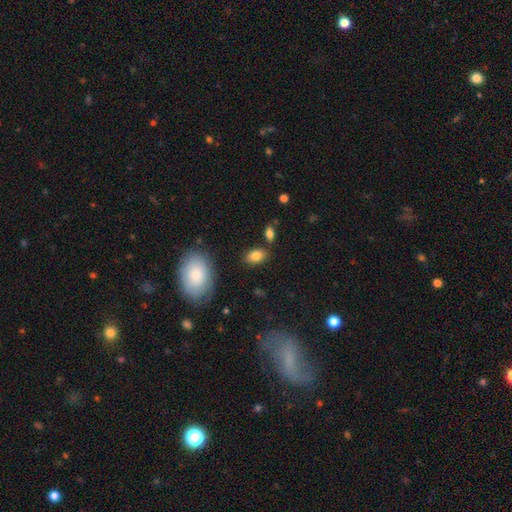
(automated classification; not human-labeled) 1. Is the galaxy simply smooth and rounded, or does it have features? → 84% smooth, 8% star or artifact, 8% featured or disk.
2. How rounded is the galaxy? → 88% in between, 10% round, 2% cigar-shaped.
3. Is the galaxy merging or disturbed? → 81% none, 11% minor disturbance, 5% merger, 3% major disturbance.